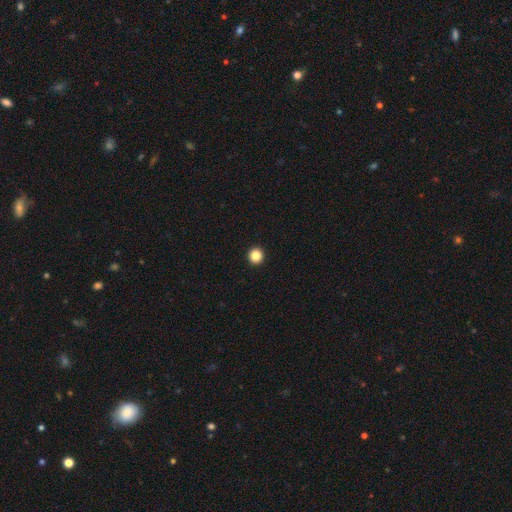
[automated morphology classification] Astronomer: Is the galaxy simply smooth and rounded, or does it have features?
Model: smooth — 86%.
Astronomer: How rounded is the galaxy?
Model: round — 95%.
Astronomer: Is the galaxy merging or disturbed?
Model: none — 94%.